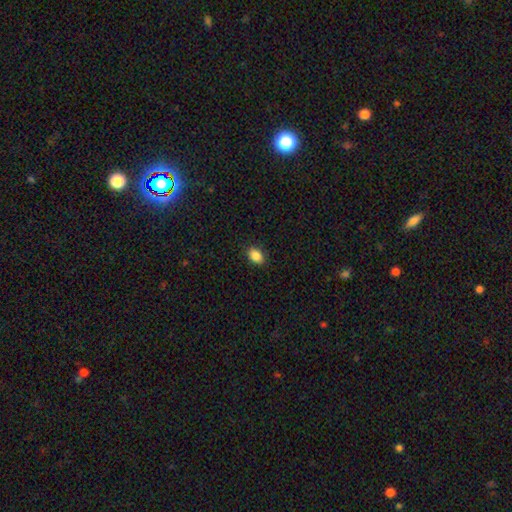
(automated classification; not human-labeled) Q: Smooth or featured?
A: smooth (87%); runner-up: star or artifact (8%)
Q: How rounded?
A: in between (81%); runner-up: round (18%)
Q: Merging?
A: none (88%); runner-up: minor disturbance (9%)